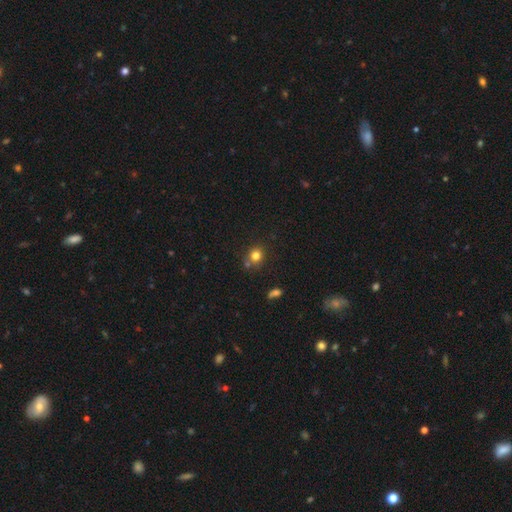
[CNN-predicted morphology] Q: Smooth or featured?
A: smooth (79%); runner-up: star or artifact (14%)
Q: How rounded?
A: round (84%); runner-up: in between (15%)
Q: Merging?
A: none (72%); runner-up: merger (13%)